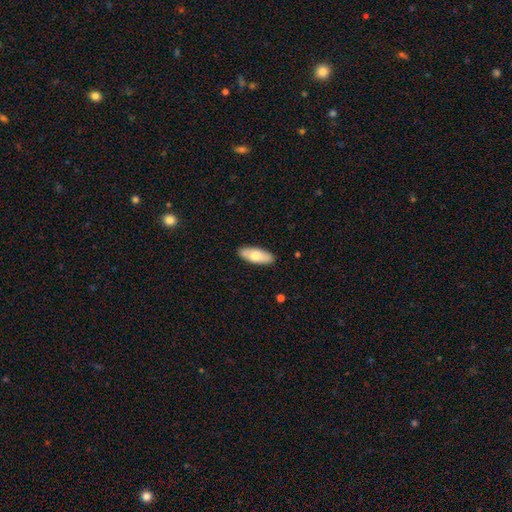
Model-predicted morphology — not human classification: Overall: smooth (69%). How rounded: in between (78%). Merging: none (88%).